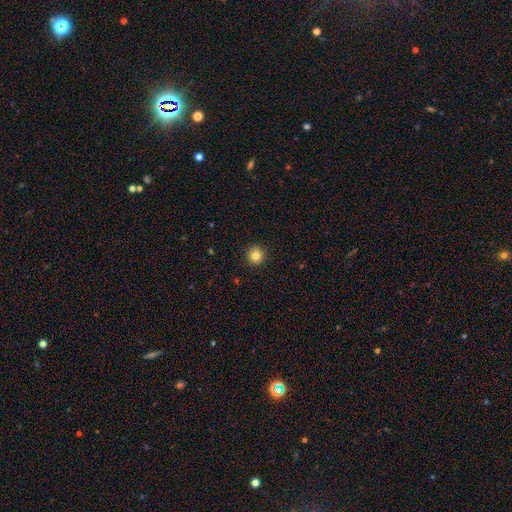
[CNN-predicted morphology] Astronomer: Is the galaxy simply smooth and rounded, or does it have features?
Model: smooth — 83%.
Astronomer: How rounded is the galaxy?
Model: round — 94%.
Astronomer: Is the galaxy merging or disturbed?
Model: none — 93%.